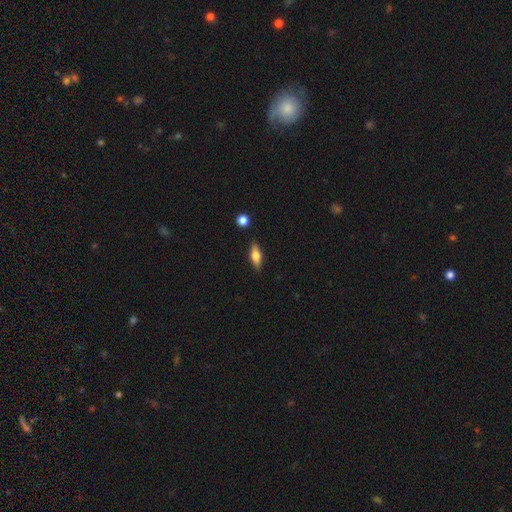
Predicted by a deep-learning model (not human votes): Morphology: type=smooth (51%); roundness=in between (58%); merging=none (85%).